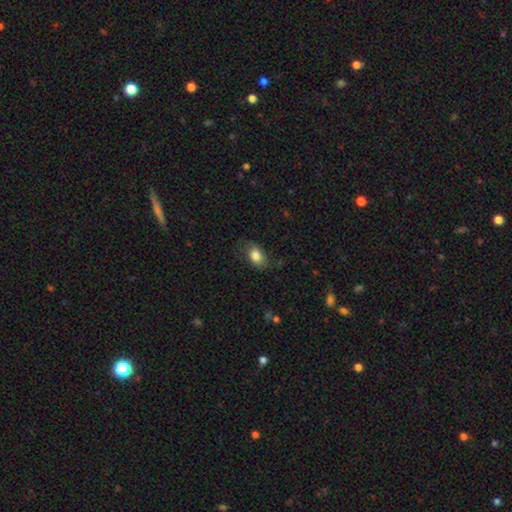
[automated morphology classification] The model was most divided on "merging": none: 71%, minor disturbance: 21%, major disturbance: 7%, merger: 1%. More confident: how rounded — in between (87%); smooth or featured — smooth (82%).